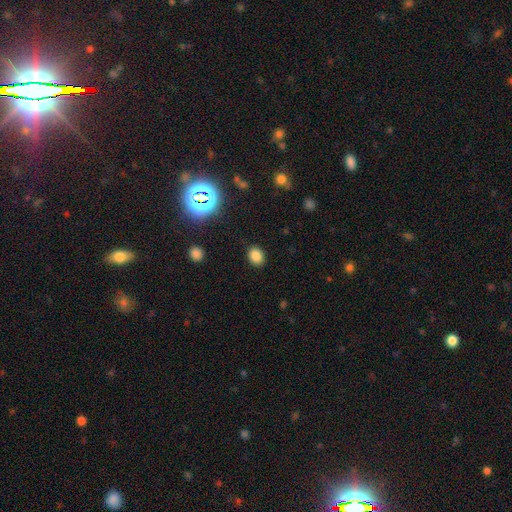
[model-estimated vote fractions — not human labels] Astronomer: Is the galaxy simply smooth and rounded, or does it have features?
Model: smooth — 82%.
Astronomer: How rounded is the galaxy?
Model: in between — 58% (runner-up: round, 41%).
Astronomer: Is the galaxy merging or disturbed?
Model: none — 88%.